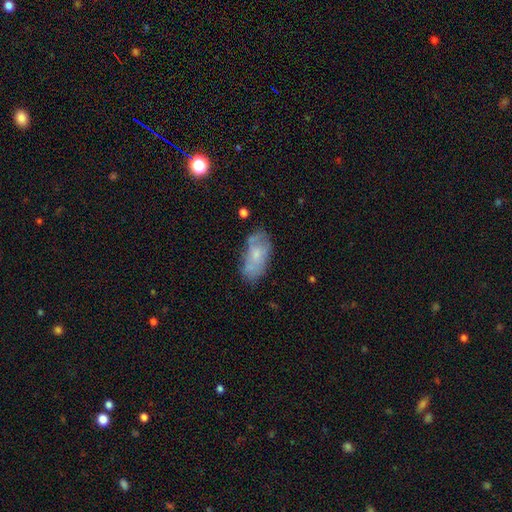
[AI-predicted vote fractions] Smooth or featured?
  - smooth: 53% *
  - featured or disk: 39%
  - star or artifact: 8%
How rounded?
  - in between: 92% *
  - cigar-shaped: 5%
  - round: 4%
Merging?
  - none: 54% *
  - minor disturbance: 28%
  - major disturbance: 12%
  - merger: 6%